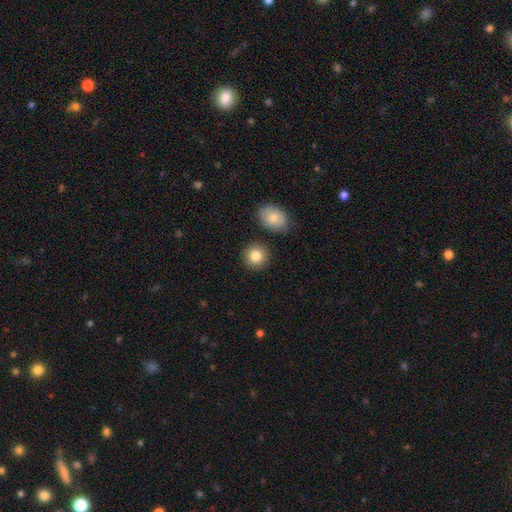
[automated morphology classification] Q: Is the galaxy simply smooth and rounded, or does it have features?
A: smooth — 84%.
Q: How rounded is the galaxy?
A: round — 88%.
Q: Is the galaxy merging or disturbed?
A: none — 85%.